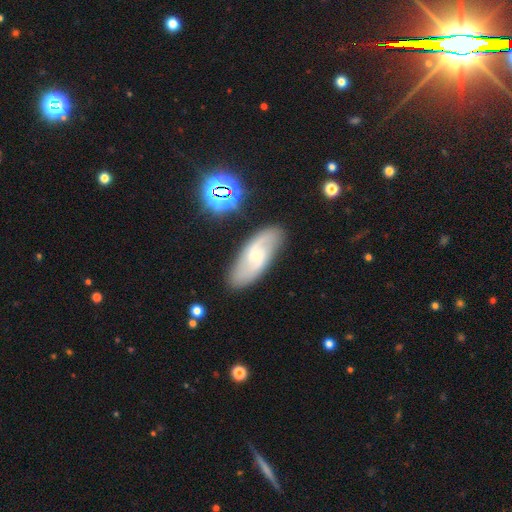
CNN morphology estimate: Overall: featured or disk (74%). Edge-on disk: no (92%). Bar: no (51%; weak 40%). Spiral arms: yes (93%). Spiral arm count: 2 (81%). Spiral winding: medium (45%; loose 34%). Bulge size: small (70%). Merging: none (81%).